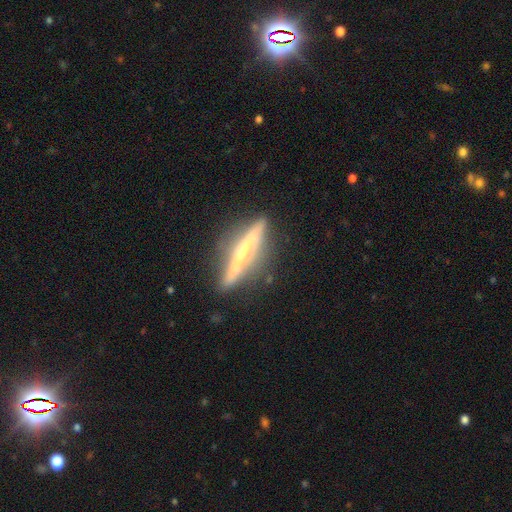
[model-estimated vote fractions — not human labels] Smooth or featured? Predicted: featured or disk (p=0.73). Edge-on disk? Predicted: yes (p=0.95). Edge-on bulge? Predicted: rounded (p=0.48). Merging? Predicted: none (p=0.85).